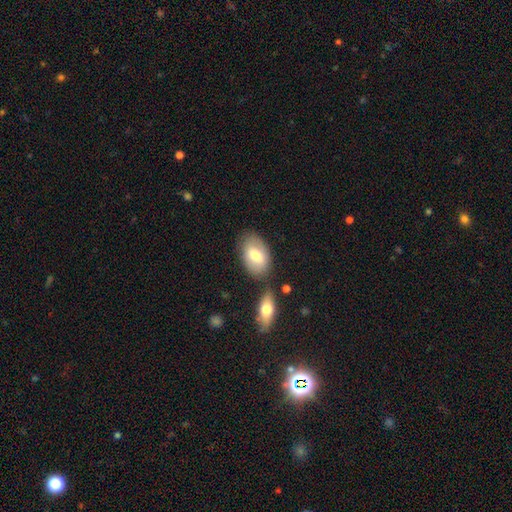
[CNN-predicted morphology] Q: Smooth or featured?
A: smooth (69%); runner-up: featured or disk (24%)
Q: How rounded?
A: in between (90%); runner-up: round (9%)
Q: Merging?
A: none (66%); runner-up: minor disturbance (15%)